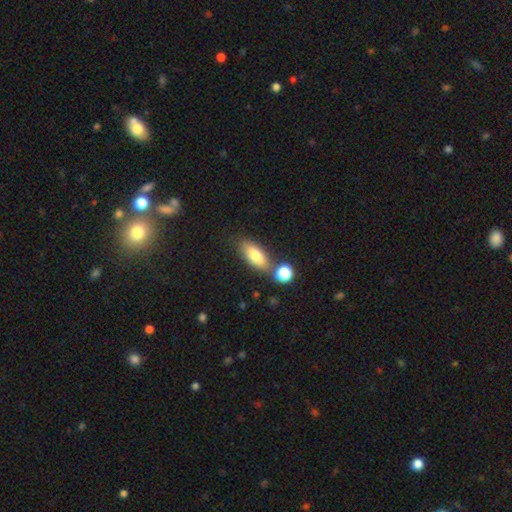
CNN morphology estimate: Smooth or featured?
  - smooth: 79% *
  - featured or disk: 14%
  - star or artifact: 7%
How rounded?
  - in between: 79% *
  - cigar-shaped: 16%
  - round: 4%
Merging?
  - none: 63% *
  - merger: 19%
  - minor disturbance: 14%
  - major disturbance: 4%